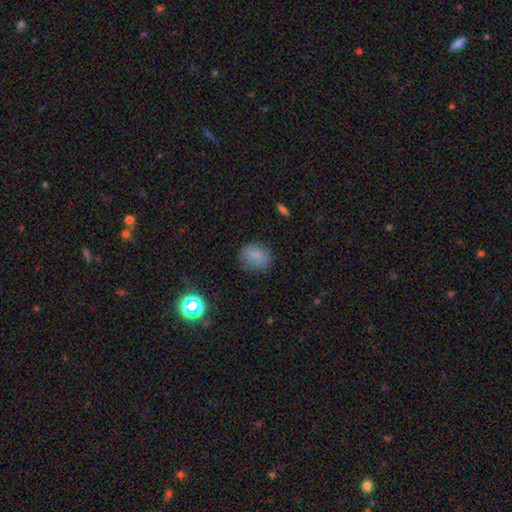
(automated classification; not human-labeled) smooth 80%, star or artifact 13%, featured or disk 7%. Down the decision tree: how rounded — round (67%); merging — none (80%).